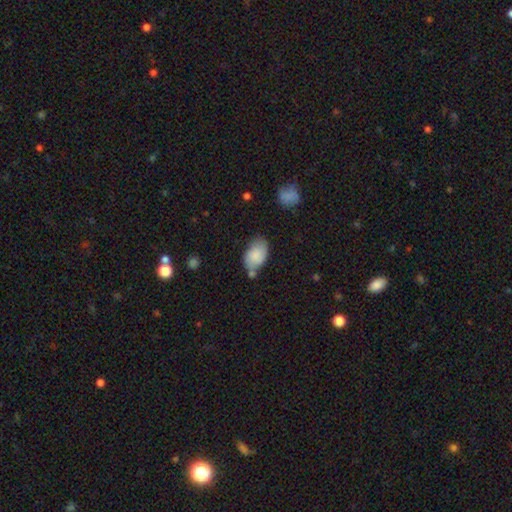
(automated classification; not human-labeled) The model was most divided on "merging": none: 54%, minor disturbance: 25%, merger: 14%, major disturbance: 7%. More confident: how rounded — in between (92%); smooth or featured — smooth (84%).